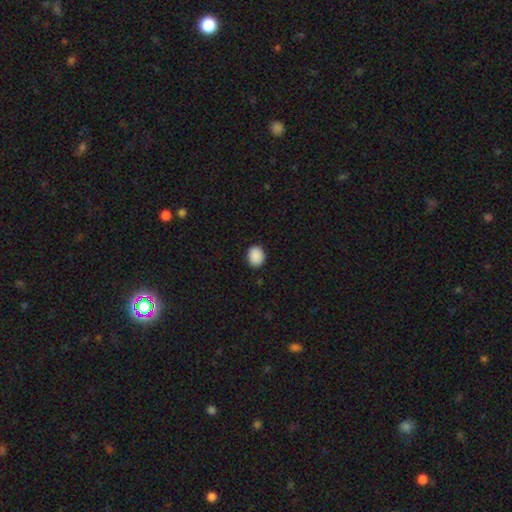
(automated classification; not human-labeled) A smooth galaxy with no disk features (90%) that is round (55%).

Vote fractions:
- Smooth or featured? smooth: 90% / star or artifact: 8% / featured or disk: 2%
- How rounded? round: 55% / in between: 44% / cigar-shaped: 1%
- Merging? none: 89% / minor disturbance: 8% / major disturbance: 2% / merger: 1%